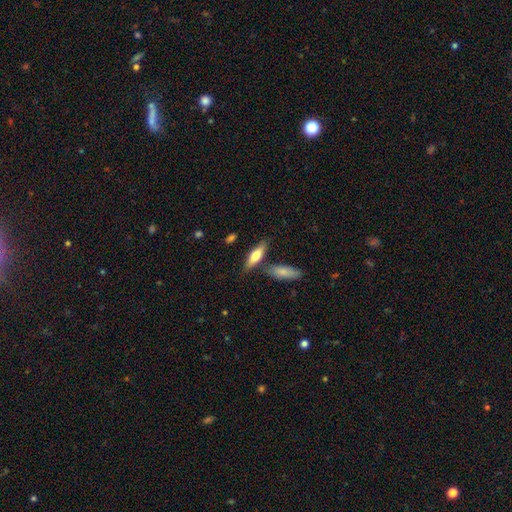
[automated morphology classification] Smooth or featured? smooth (65%)
How rounded? cigar-shaped (49%)
Merging? none (70%)